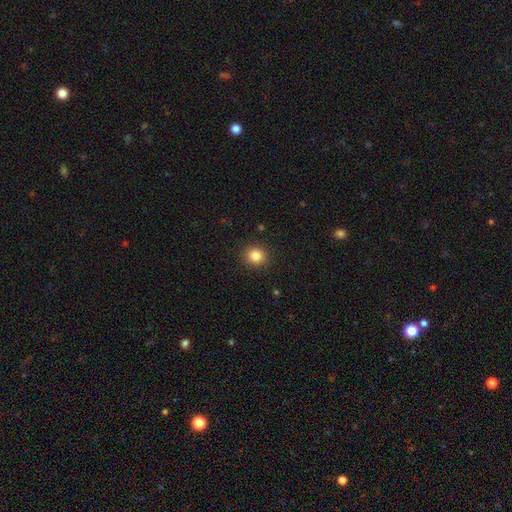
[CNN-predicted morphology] type=smooth (84%); roundness=round (89%); merging=none (91%).